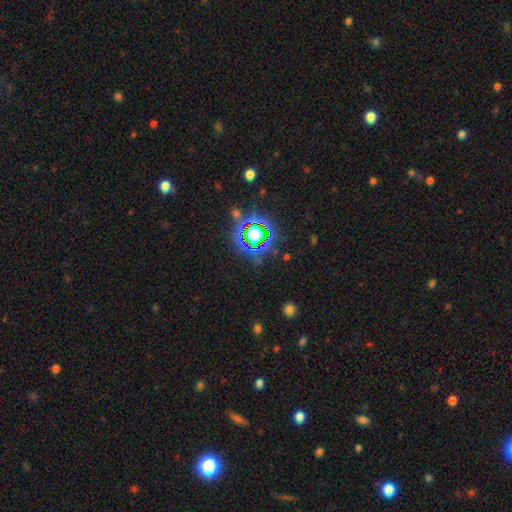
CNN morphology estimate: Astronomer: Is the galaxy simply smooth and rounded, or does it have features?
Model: star or artifact — 78%.